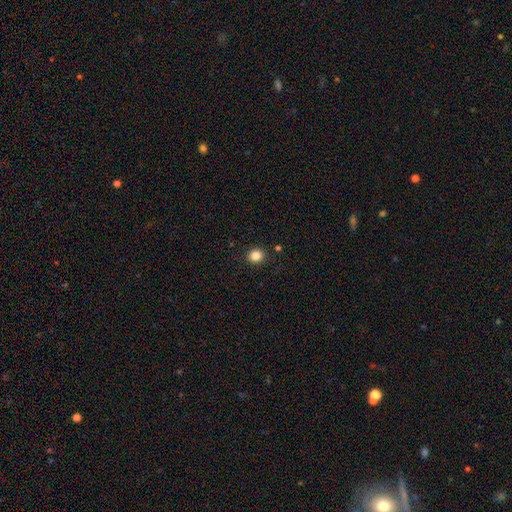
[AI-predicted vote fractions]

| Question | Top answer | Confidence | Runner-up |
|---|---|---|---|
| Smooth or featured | smooth | 85% | star or artifact (11%) |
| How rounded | round | 81% | in between (18%) |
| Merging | none | 90% | minor disturbance (6%) |